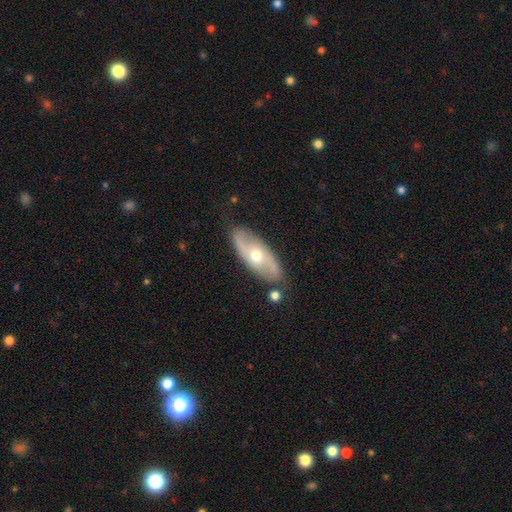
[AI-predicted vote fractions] Smooth or featured: featured or disk — 59% (smooth — 36%)
Edge-on disk: no — 81% (yes — 19%)
Merging: none — 79% (minor disturbance — 13%)